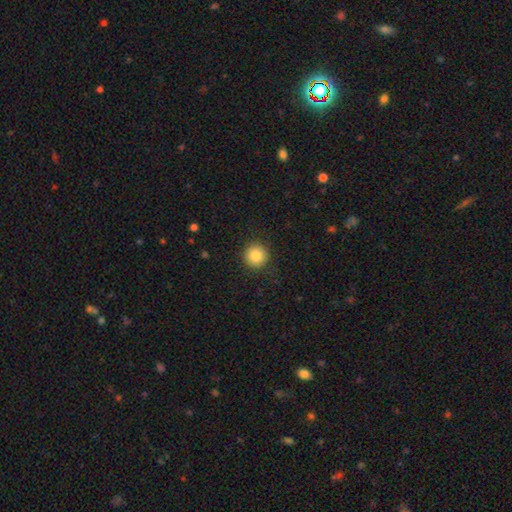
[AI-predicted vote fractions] Smooth or featured? smooth (85%)
How rounded? round (95%)
Merging? none (90%)